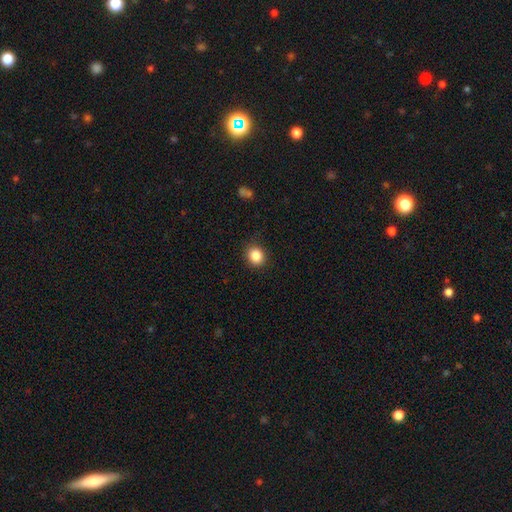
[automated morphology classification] A smooth galaxy with no disk features (86%) that is round (75%).

Vote fractions:
- Smooth or featured? smooth: 86% / star or artifact: 10% / featured or disk: 4%
- How rounded? round: 75% / in between: 24% / cigar-shaped: 1%
- Merging? none: 88% / minor disturbance: 9% / major disturbance: 2% / merger: 1%